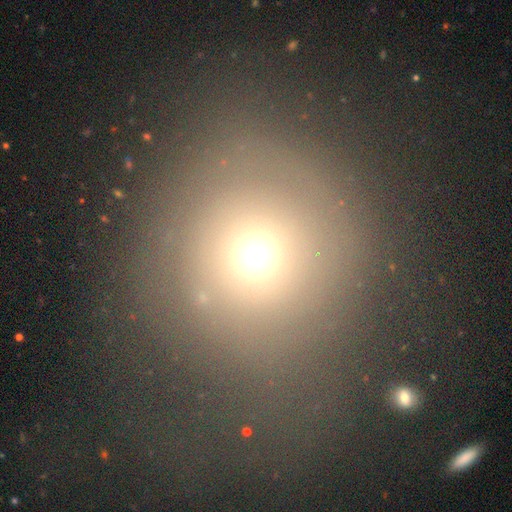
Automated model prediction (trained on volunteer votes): smooth 64%, star or artifact 20%, featured or disk 17%. Down the decision tree: how rounded — round (92%); merging — none (68%).